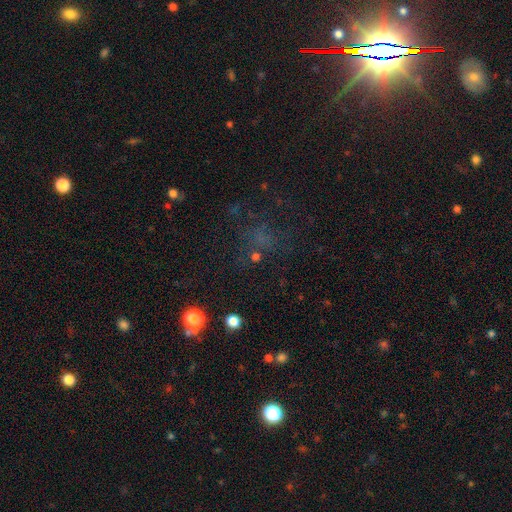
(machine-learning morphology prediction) Smooth or featured?
  - star or artifact: 41% * (tied)
  - smooth: 41% * (tied)
  - featured or disk: 18%